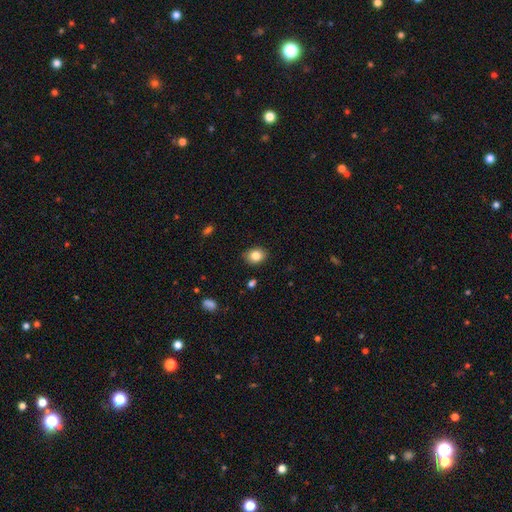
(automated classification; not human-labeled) smooth-or-featured: smooth: 84% | star or artifact: 9% | featured or disk: 7%
  how-rounded: in between: 52% | round: 47% | cigar-shaped: 1%
  merging: none: 86% | minor disturbance: 10% | major disturbance: 2% | merger: 1%